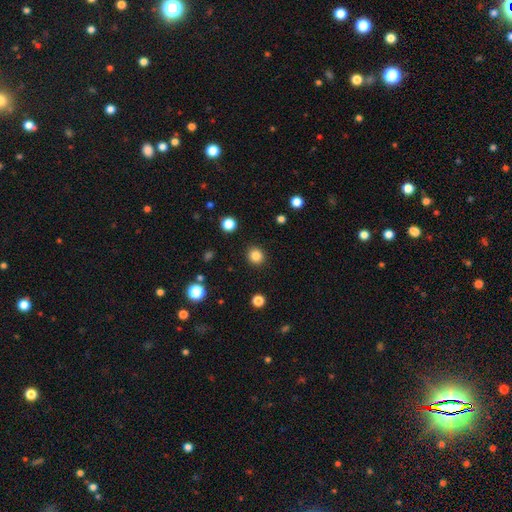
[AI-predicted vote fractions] smooth 85%, star or artifact 11%, featured or disk 4%. Down the decision tree: how rounded — round (89%); merging — none (92%).